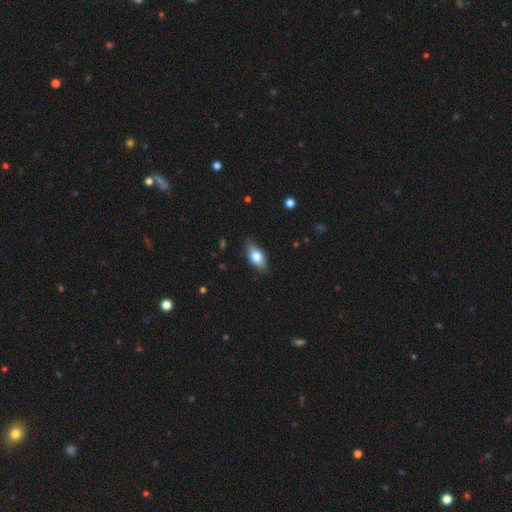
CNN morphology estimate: smooth-or-featured: smooth: 68% | featured or disk: 25% | star or artifact: 7%
  how-rounded: in between: 83% | cigar-shaped: 12% | round: 5%
  merging: none: 83% | minor disturbance: 13% | major disturbance: 3% | merger: 1%